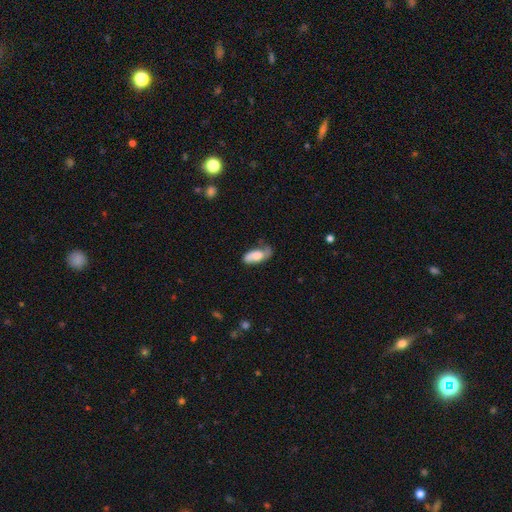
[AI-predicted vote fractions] Smooth or featured?
  - smooth: 60% *
  - featured or disk: 34%
  - star or artifact: 7%
How rounded?
  - in between: 86% *
  - cigar-shaped: 11%
  - round: 3%
Merging?
  - none: 44% *
  - minor disturbance: 34%
  - major disturbance: 18%
  - merger: 4%